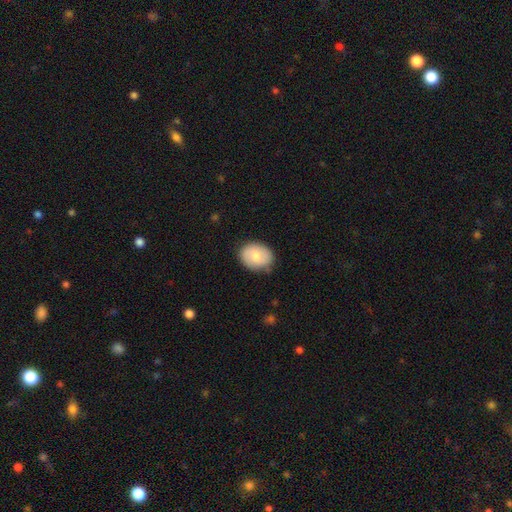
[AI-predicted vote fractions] The model was most divided on "how rounded": in between: 56%, round: 43%, cigar-shaped: 1%. More confident: merging — none (81%); smooth or featured — smooth (67%).